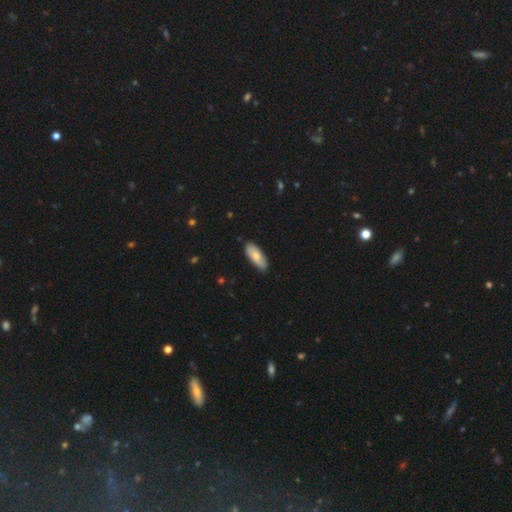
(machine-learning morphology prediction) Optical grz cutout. It shows a smooth galaxy with no disk features (75%) that is in between round and cigar-shaped (77%). Merging: none (83%).